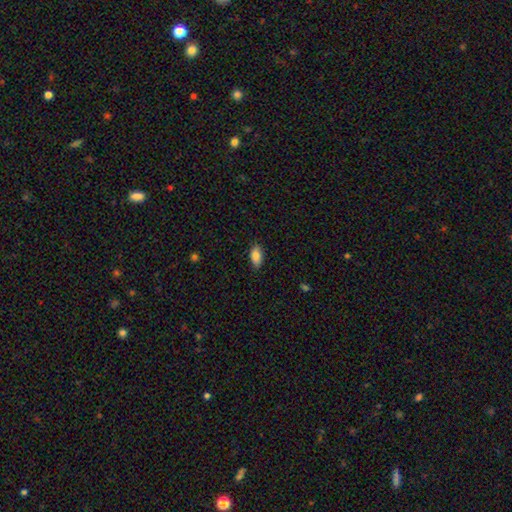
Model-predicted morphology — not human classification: Smooth or featured: smooth — 86% (star or artifact — 7%)
How rounded: in between — 92% (cigar-shaped — 5%)
Merging: none — 85% (minor disturbance — 12%)